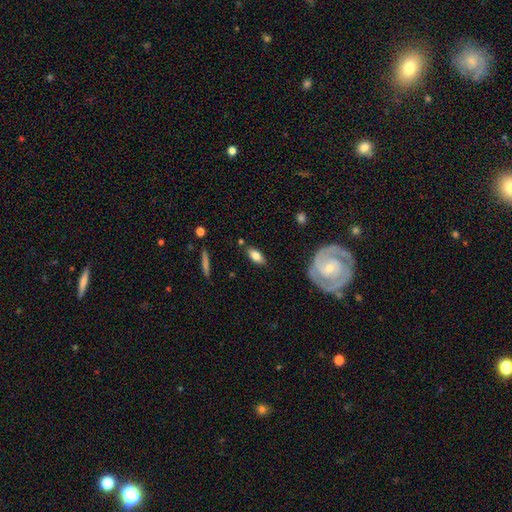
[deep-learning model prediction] A smooth galaxy with no disk features (77%) that is in between round and cigar-shaped (85%).

Vote fractions:
- Smooth or featured? smooth: 77% / featured or disk: 17% / star or artifact: 7%
- How rounded? in between: 85% / cigar-shaped: 12% / round: 3%
- Merging? none: 81% / minor disturbance: 13% / major disturbance: 3% / merger: 3%